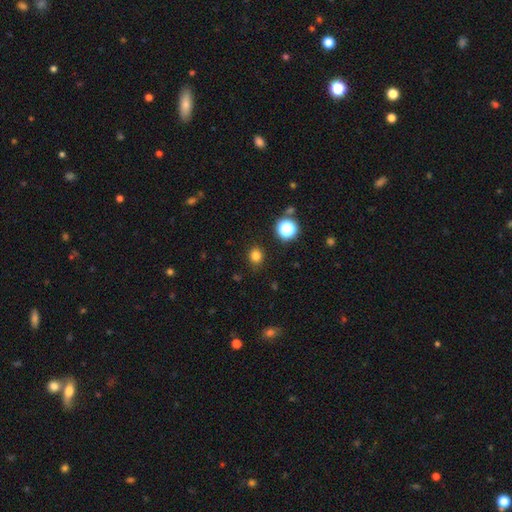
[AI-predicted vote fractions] smooth 80%, star or artifact 16%, featured or disk 4%. Down the decision tree: how rounded — round (78%); merging — none (87%).